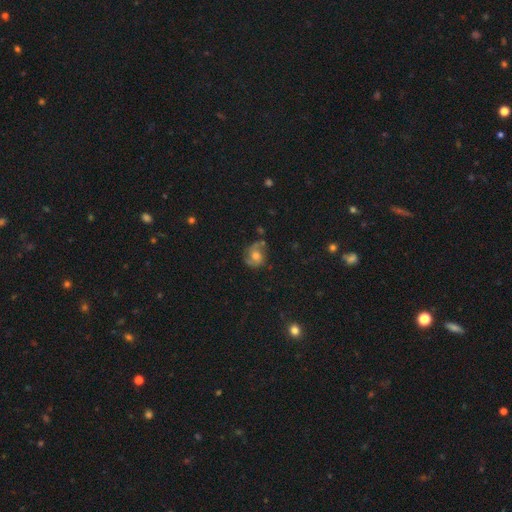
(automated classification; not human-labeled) This is possibly a featured or disk galaxy (55%). It is clearly not viewed edge-on (97%). Bar: likely no (70%). Spiral arm pattern: clearly yes (85%). Central bulge: likely moderate (62%). Merging: likely none (62%).